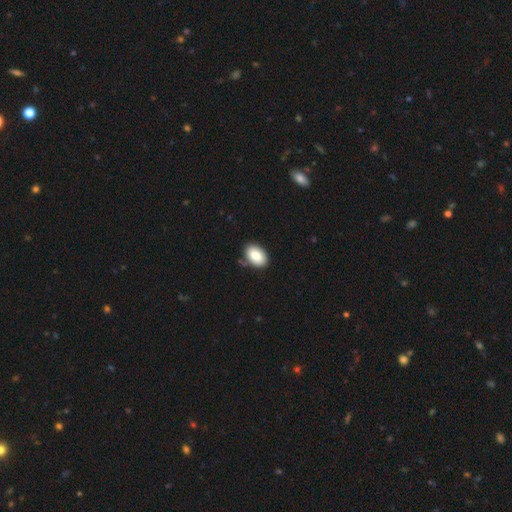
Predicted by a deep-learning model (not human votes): Smooth or featured? smooth (82%)
How rounded? in between (89%)
Merging? none (82%)